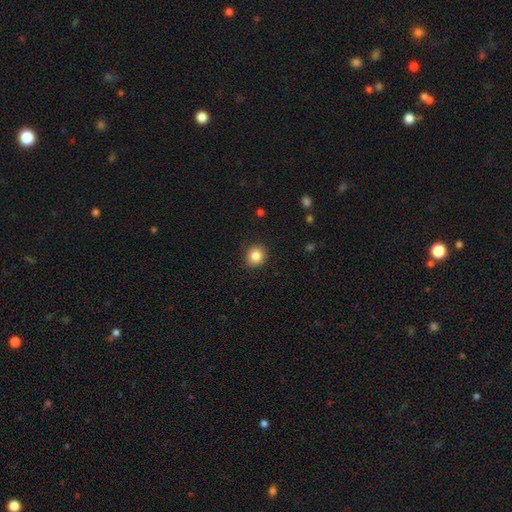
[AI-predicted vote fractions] smooth_or_featured: smooth (p=0.86) [alt: star or artifact p=0.09]
how_rounded: round (p=0.88) [alt: in between p=0.11]
merging: none (p=0.91) [alt: minor disturbance p=0.06]